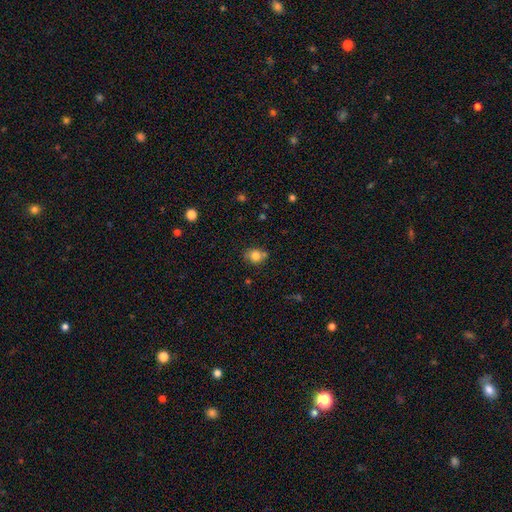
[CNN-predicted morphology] Smooth or featured? Predicted: smooth (p=0.80). How rounded? Predicted: round (p=0.72). Merging? Predicted: none (p=0.62).